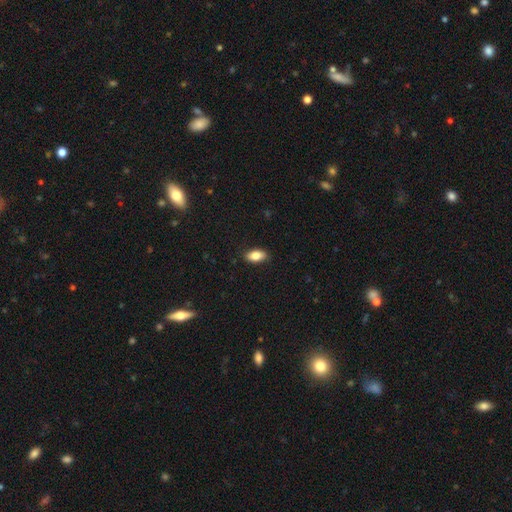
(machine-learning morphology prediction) The model was most divided on "smooth or featured": smooth: 83%, featured or disk: 10%, star or artifact: 7%. More confident: how rounded — in between (90%); merging — none (87%).